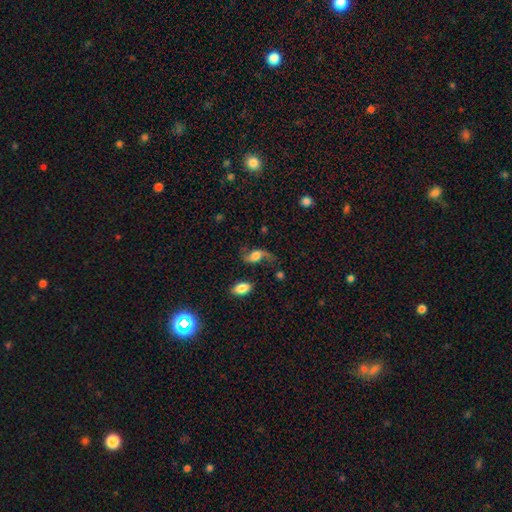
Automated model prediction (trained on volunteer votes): Smooth or featured? featured or disk (60%)
Edge-on disk? no (91%)
Bar? no (60%)
Spiral arms? yes (87%)
Bulge size? large (42%)
Merging? none (54%)